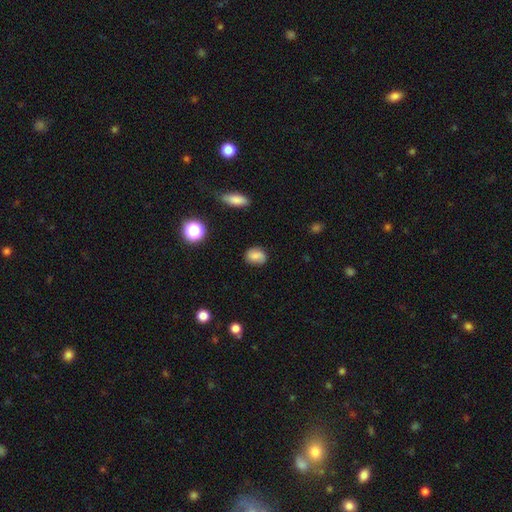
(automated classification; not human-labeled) Smooth or featured: smooth — 76% (featured or disk — 13%)
How rounded: in between — 57% (round — 41%)
Merging: none — 77% (minor disturbance — 17%)